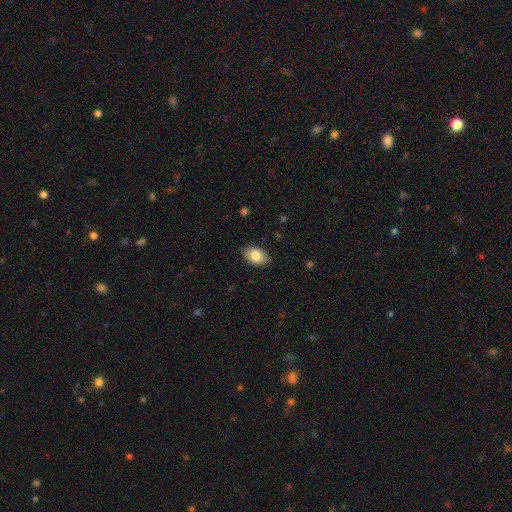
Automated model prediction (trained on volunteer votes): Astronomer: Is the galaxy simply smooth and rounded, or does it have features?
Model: smooth — 85%.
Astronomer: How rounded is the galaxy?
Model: in between — 89%.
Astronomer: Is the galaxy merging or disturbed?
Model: none — 87%.